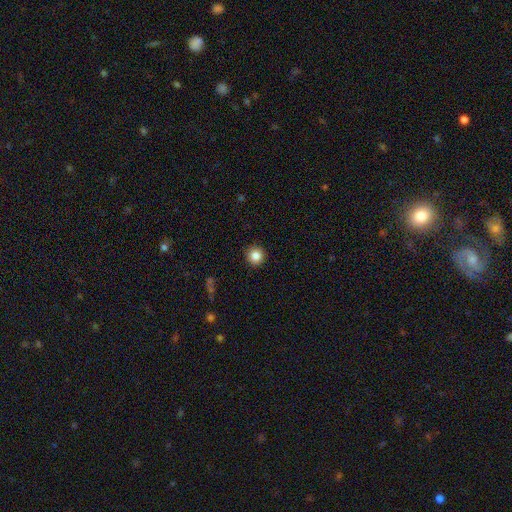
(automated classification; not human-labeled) smooth_or_featured: smooth (p=0.85) [alt: star or artifact p=0.10]
how_rounded: round (p=0.95) [alt: in between p=0.04]
merging: none (p=0.92) [alt: minor disturbance p=0.05]